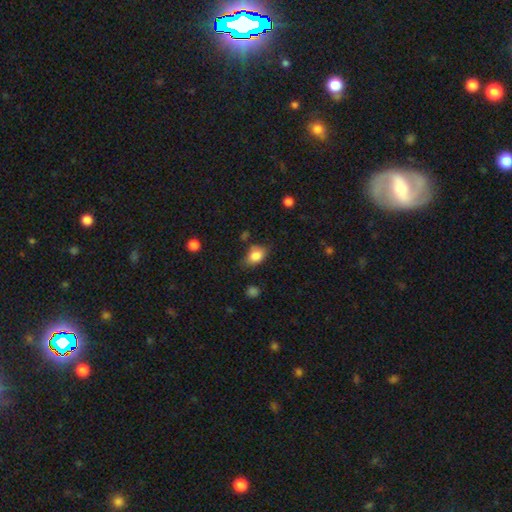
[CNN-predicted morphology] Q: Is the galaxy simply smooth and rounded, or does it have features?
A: smooth — 83%.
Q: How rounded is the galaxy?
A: in between — 81%.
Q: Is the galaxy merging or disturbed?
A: none — 69%.